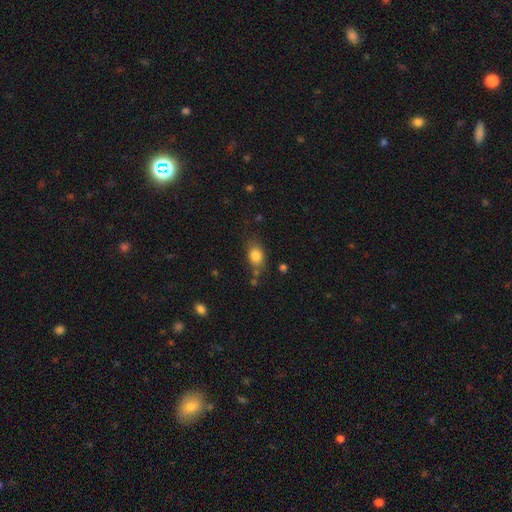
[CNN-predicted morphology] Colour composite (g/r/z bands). It shows a smooth galaxy with no disk features (83%) that is in between round and cigar-shaped (66%). Merging: none (66%).